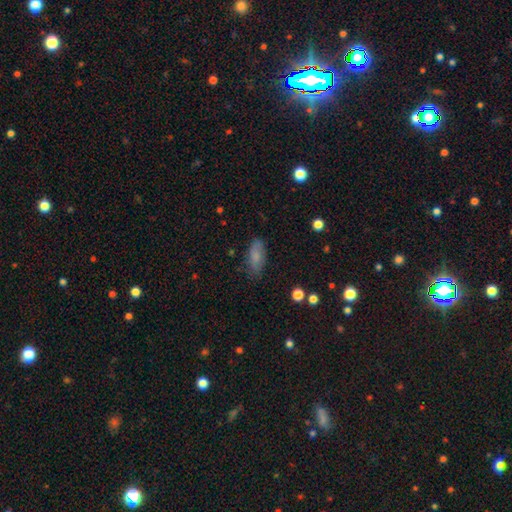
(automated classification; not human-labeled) A smooth galaxy with no disk features (78%) that is in between round and cigar-shaped (82%). Merging: none (74%).